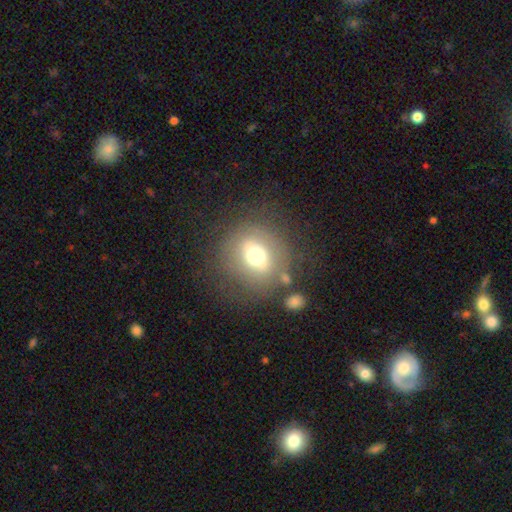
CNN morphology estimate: A smooth galaxy with no disk features (55%) that is round (80%). Merging: none (72%).